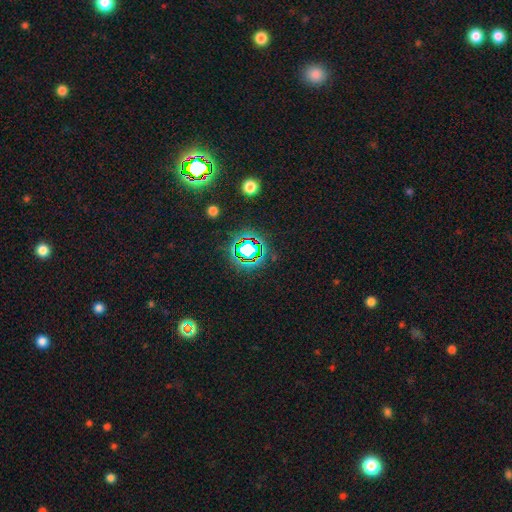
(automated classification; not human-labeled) Overall: star or artifact (80%).